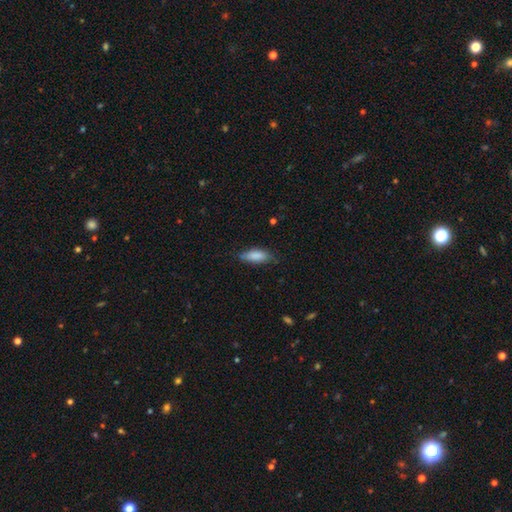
A smooth galaxy with no disk features (71%) that is in between round and cigar-shaped (78%).

Vote fractions:
- Smooth or featured? smooth: 71% / featured or disk: 21% / star or artifact: 8%
- How rounded? in between: 78% / cigar-shaped: 19% / round: 4%
- Merging? none: 66% / minor disturbance: 26% / major disturbance: 9% / merger: 0%